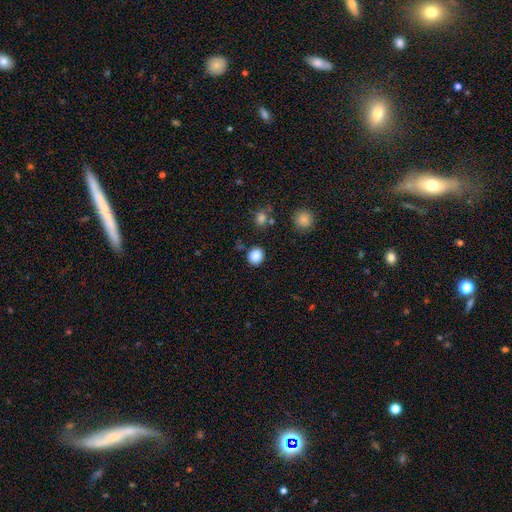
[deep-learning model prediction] This appears to be a smooth galaxy with no disk features (86%) that is round (84%). Merging: none (86%).